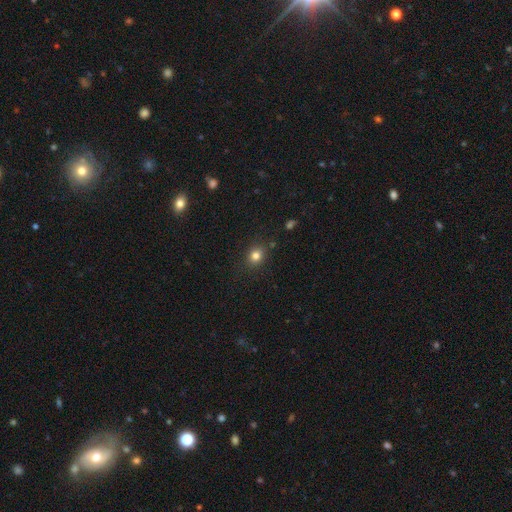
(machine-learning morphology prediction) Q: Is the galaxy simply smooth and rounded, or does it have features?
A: smooth — 81%.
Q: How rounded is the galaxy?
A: round — 66%.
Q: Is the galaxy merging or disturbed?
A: none — 86%.